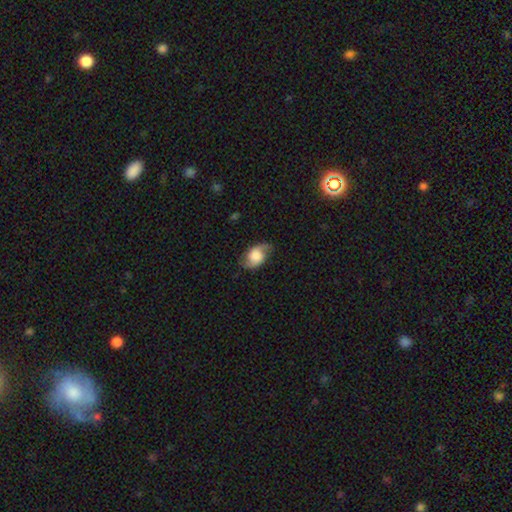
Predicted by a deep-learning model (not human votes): This appears to be a featured or disk galaxy (53%) with no bar (67%), spiral arms (88%) and a large central bulge (46%). Merging: none (70%).